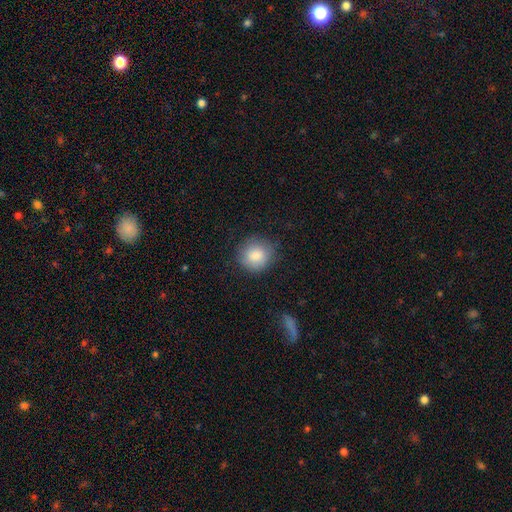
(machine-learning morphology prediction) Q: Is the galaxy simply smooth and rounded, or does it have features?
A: smooth — 85%.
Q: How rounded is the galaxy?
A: round — 88%.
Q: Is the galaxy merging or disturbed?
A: none — 80%.